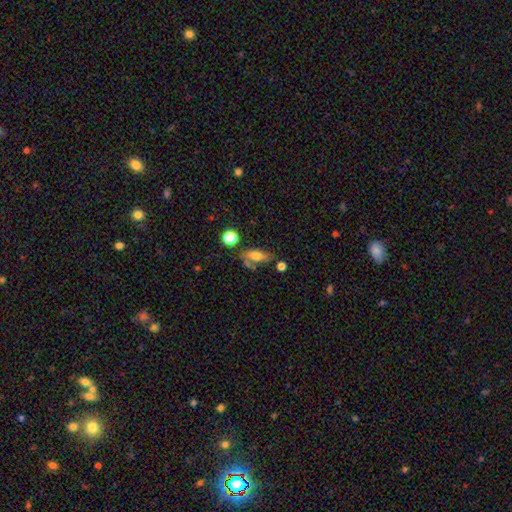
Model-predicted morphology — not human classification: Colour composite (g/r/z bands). It shows a smooth galaxy with no disk features (66%) that is in between round and cigar-shaped (80%). Merging: none (55%).